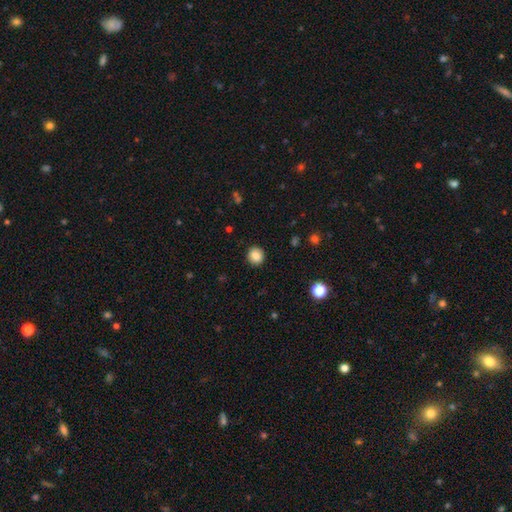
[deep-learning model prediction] Smooth or featured? Predicted: smooth (p=0.86). How rounded? Predicted: round (p=0.85). Merging? Predicted: none (p=0.90).